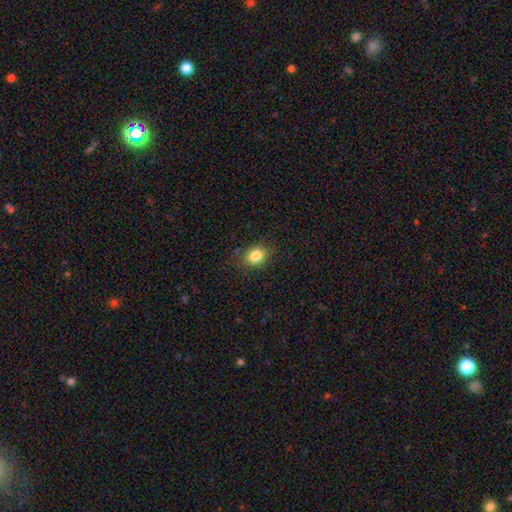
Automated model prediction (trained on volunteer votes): smooth_or_featured: smooth (p=0.83) [alt: star or artifact p=0.10]
how_rounded: in between (p=0.56) [alt: round p=0.43]
merging: none (p=0.84) [alt: minor disturbance p=0.11]